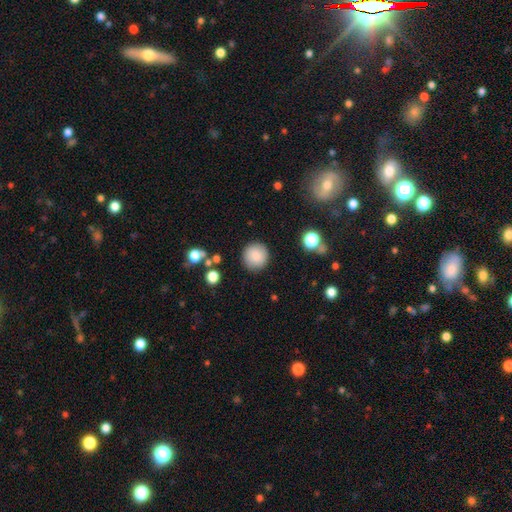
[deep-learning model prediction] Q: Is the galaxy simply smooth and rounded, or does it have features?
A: smooth — 84%.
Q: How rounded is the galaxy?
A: round — 95%.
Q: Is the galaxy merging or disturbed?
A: none — 89%.